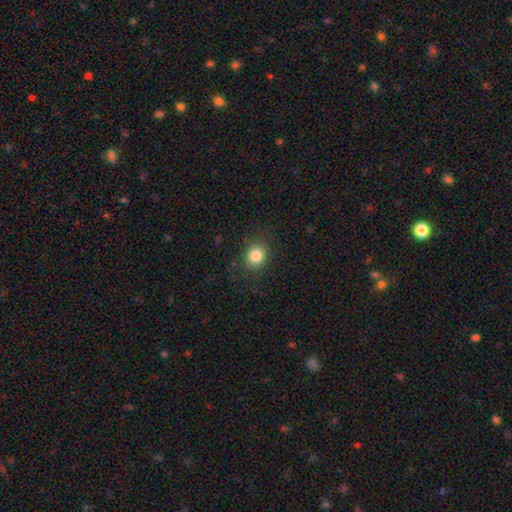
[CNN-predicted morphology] Smooth or featured? Predicted: smooth (p=0.83). How rounded? Predicted: round (p=0.69). Merging? Predicted: none (p=0.85).